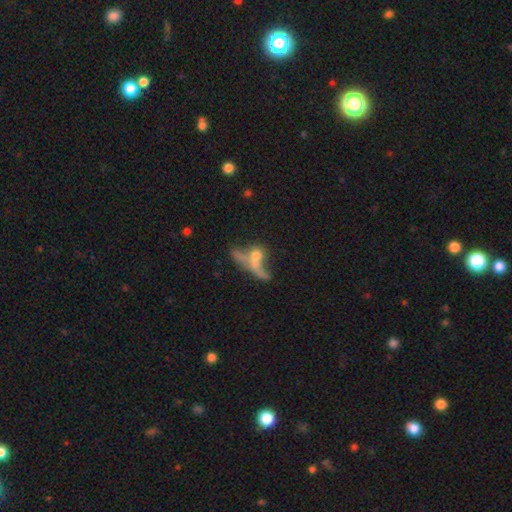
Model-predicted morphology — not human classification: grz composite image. It shows a smooth galaxy with no disk features (49%). Merging: merger (43%).